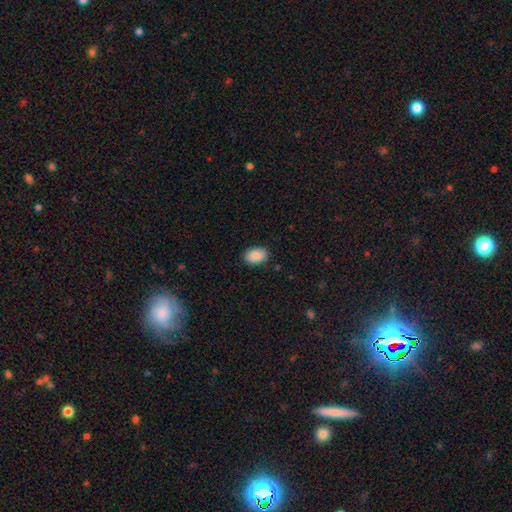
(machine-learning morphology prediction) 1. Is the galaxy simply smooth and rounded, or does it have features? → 90% smooth, 7% star or artifact, 3% featured or disk.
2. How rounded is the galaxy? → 88% in between, 11% round, 1% cigar-shaped.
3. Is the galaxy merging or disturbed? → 87% none, 10% minor disturbance, 2% major disturbance, 1% merger.